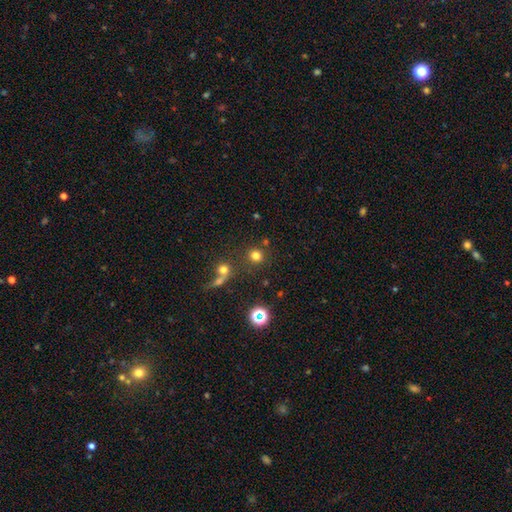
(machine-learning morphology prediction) Smooth or featured? Predicted: smooth (p=0.73). How rounded? Predicted: round (p=0.86). Merging? Predicted: none (p=0.74).